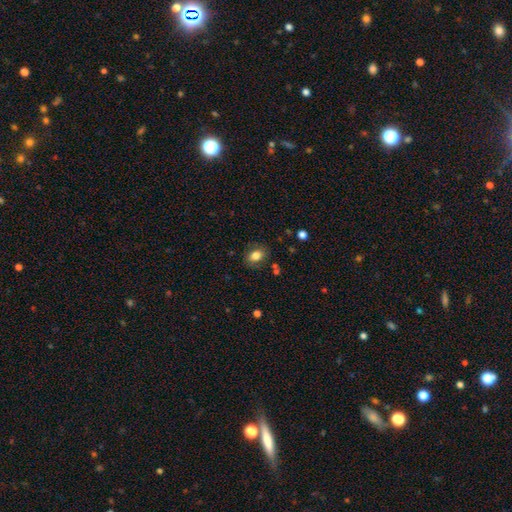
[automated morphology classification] A smooth galaxy with no disk features (81%) that is in between round and cigar-shaped (71%).

Vote fractions:
- Smooth or featured? smooth: 81% / star or artifact: 10% / featured or disk: 9%
- How rounded? in between: 71% / round: 28% / cigar-shaped: 1%
- Merging? none: 83% / minor disturbance: 12% / major disturbance: 3% / merger: 2%